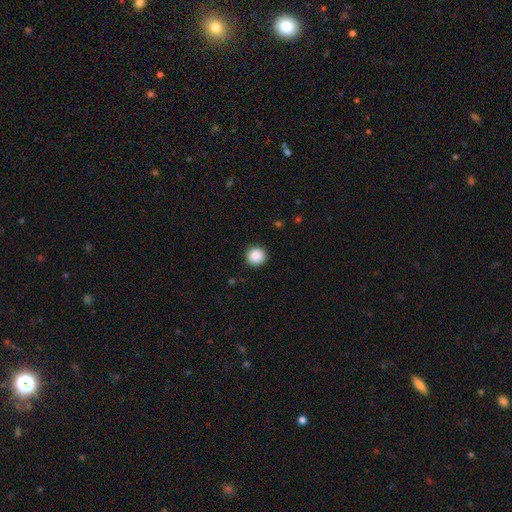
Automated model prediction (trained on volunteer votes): Smooth or featured: smooth — 88% (star or artifact — 9%)
How rounded: round — 95% (in between — 4%)
Merging: none — 92% (minor disturbance — 5%)